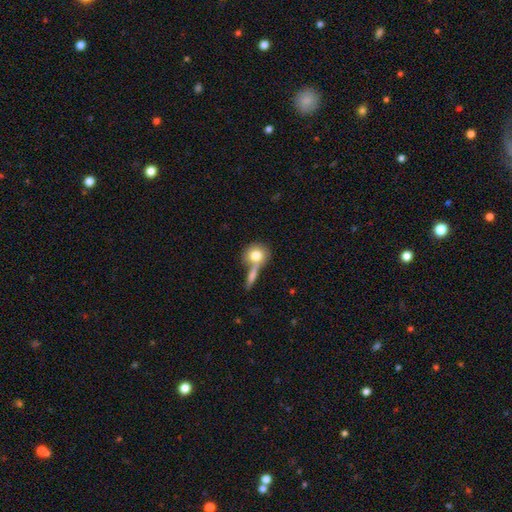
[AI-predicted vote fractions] Smooth or featured?
  - smooth: 77% *
  - featured or disk: 16%
  - star or artifact: 8%
How rounded?
  - round: 76% *
  - in between: 21%
  - cigar-shaped: 3%
Merging?
  - none: 46% *
  - merger: 36%
  - minor disturbance: 11%
  - major disturbance: 7%